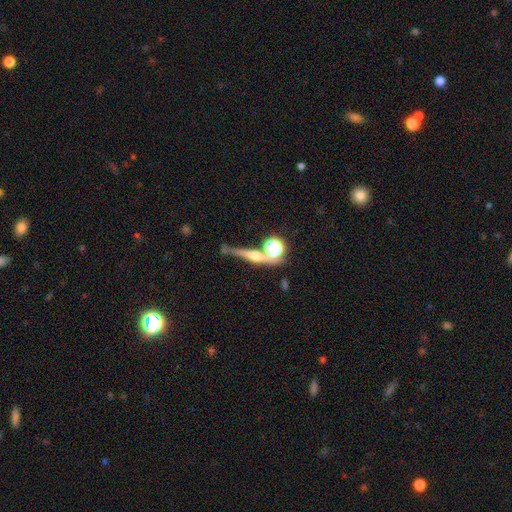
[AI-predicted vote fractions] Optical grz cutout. It shows a featured or disk galaxy (51%) viewed edge-on (86%). Merging: none (62%).